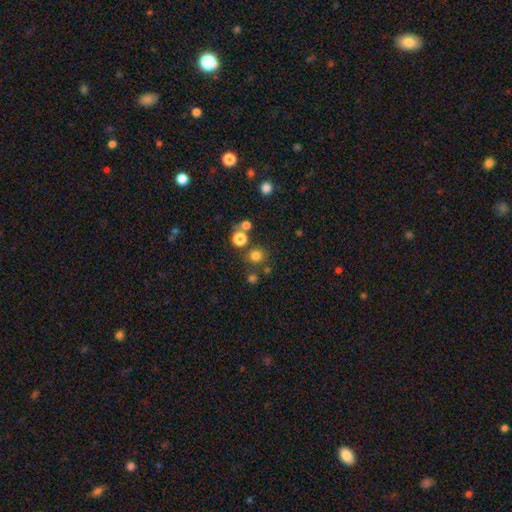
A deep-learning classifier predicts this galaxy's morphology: Overall: smooth (76%). How rounded: round (90%). Merging: none (77%).